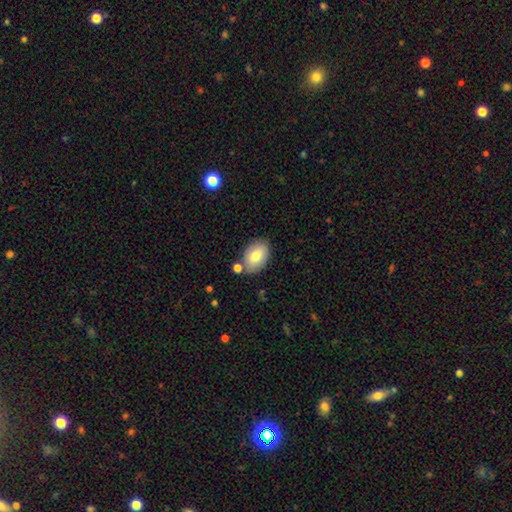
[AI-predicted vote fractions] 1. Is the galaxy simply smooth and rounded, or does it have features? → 78% smooth, 15% featured or disk, 7% star or artifact.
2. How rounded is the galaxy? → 88% in between, 11% round, 1% cigar-shaped.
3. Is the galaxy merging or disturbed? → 74% none, 14% minor disturbance, 9% merger, 3% major disturbance.